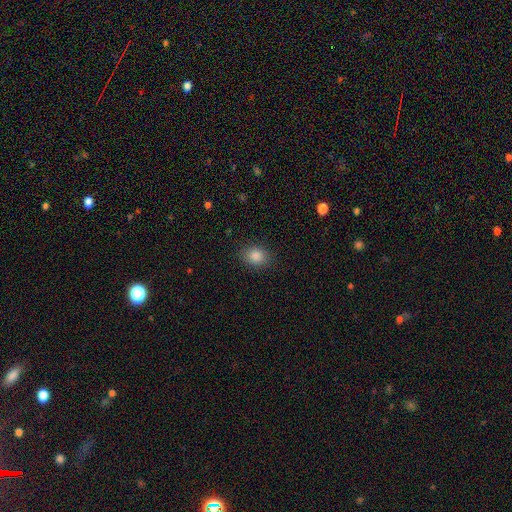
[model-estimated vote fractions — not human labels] smooth-or-featured: smooth: 85% | star or artifact: 10% | featured or disk: 4%
  how-rounded: in between: 58% | round: 41% | cigar-shaped: 1%
  merging: none: 87% | minor disturbance: 9% | major disturbance: 3% | merger: 1%